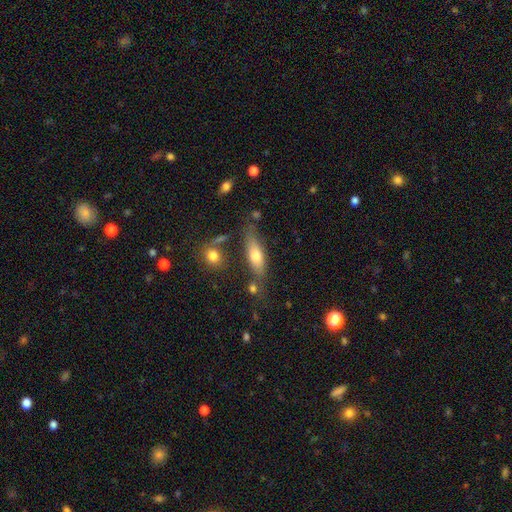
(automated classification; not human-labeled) Morphology: type=smooth (64%); roundness=in between (53%); merging=none (65%).